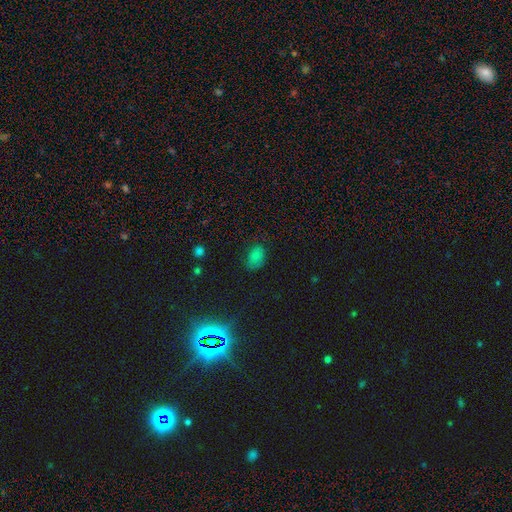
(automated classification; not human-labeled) A smooth galaxy with no disk features (63%) that is in between round and cigar-shaped (83%).

Vote fractions:
- Smooth or featured? smooth: 63% / star or artifact: 29% / featured or disk: 8%
- How rounded? in between: 83% / round: 15% / cigar-shaped: 2%
- Merging? none: 74% / minor disturbance: 19% / major disturbance: 5% / merger: 2%